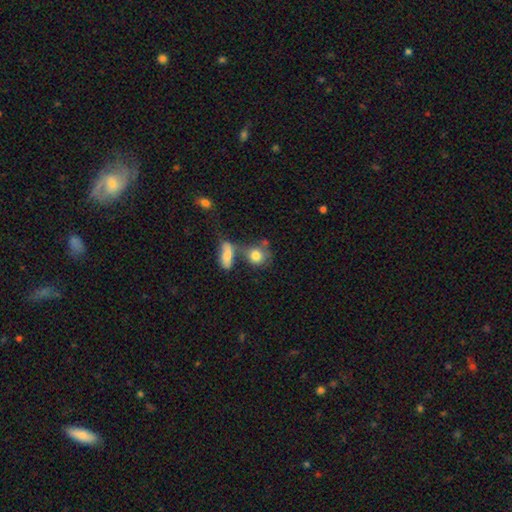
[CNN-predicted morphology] Q: Smooth or featured?
A: smooth (78%); runner-up: featured or disk (13%)
Q: How rounded?
A: round (60%); runner-up: in between (37%)
Q: Merging?
A: none (41%); runner-up: merger (37%)